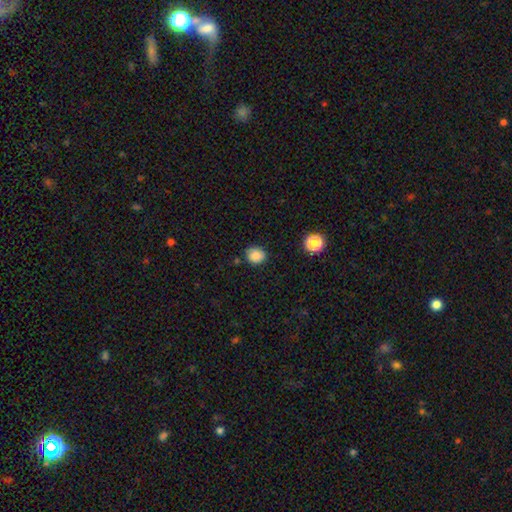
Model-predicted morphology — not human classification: type=smooth (86%); roundness=round (72%); merging=none (80%).